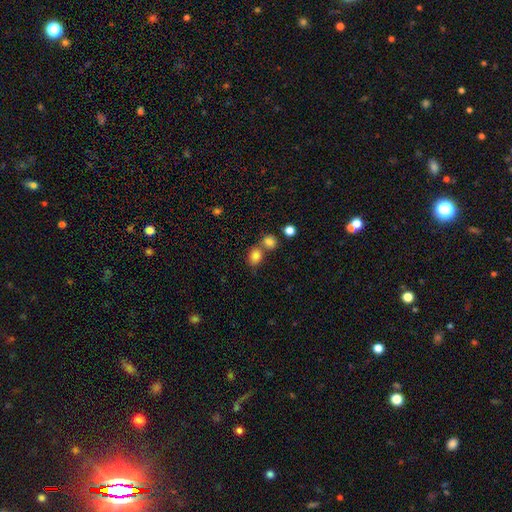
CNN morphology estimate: Overall: smooth (83%). How rounded: in between (54%; round 45%). Merging: none (50%; merger 37%).